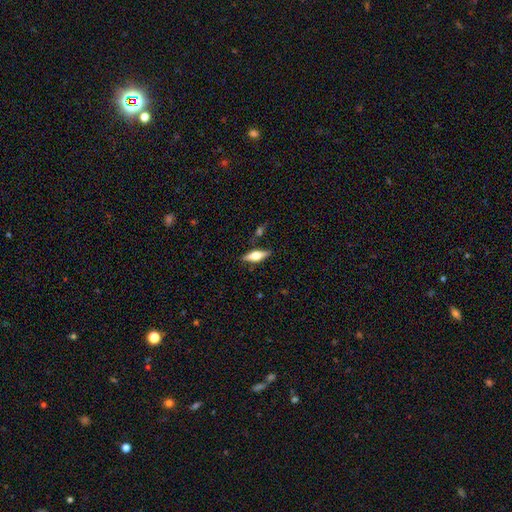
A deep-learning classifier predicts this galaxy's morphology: The model was most divided on "smooth or featured": featured or disk: 49%, smooth: 45%, star or artifact: 6%. More confident: merging — none (83%).